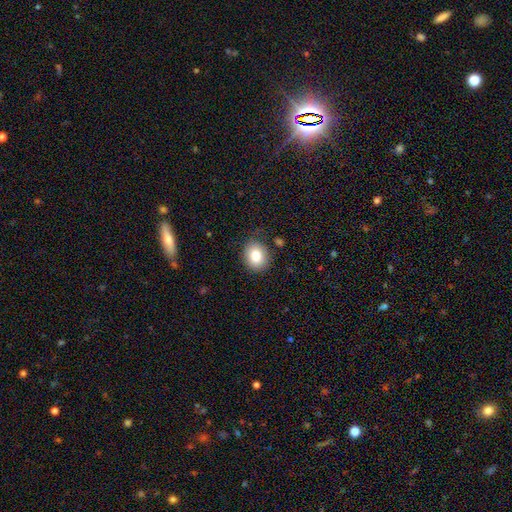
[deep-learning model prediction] Q: Smooth or featured?
A: smooth (82%); runner-up: star or artifact (10%)
Q: How rounded?
A: round (62%); runner-up: in between (37%)
Q: Merging?
A: none (83%); runner-up: minor disturbance (12%)